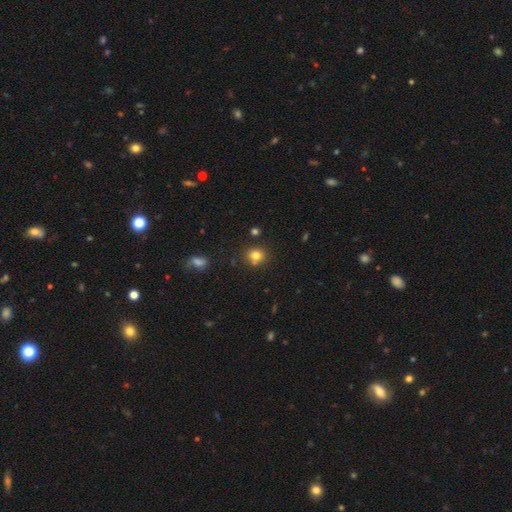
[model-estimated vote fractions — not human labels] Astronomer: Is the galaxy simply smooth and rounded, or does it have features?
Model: smooth — 80%.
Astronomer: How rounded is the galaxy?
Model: round — 82%.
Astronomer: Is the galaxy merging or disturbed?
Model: none — 79%.